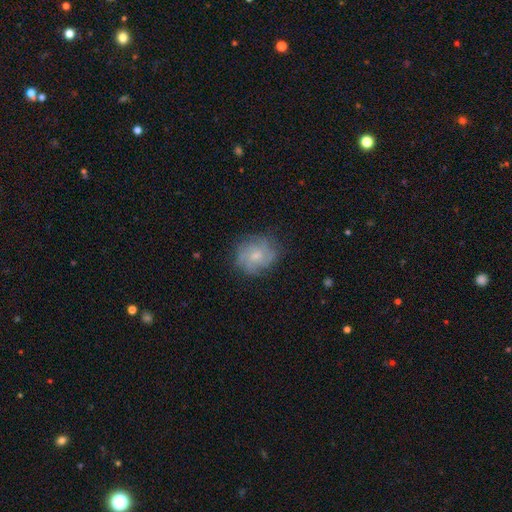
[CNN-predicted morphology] This is possibly a featured or disk galaxy (54%). It is clearly not viewed edge-on (97%). Bar: likely no (73%). Spiral arm pattern: clearly yes (82%). Central bulge: possibly small (54%). Merging: likely none (75%).